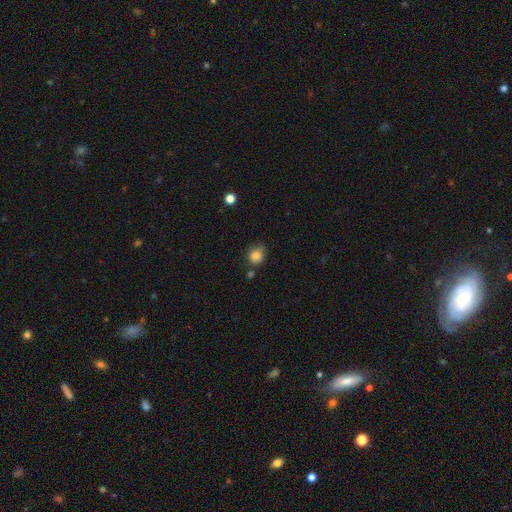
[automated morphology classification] A smooth galaxy with no disk features (83%) that is round (74%).

Vote fractions:
- Smooth or featured? smooth: 83% / star or artifact: 10% / featured or disk: 7%
- How rounded? round: 74% / in between: 25% / cigar-shaped: 1%
- Merging? none: 69% / minor disturbance: 20% / merger: 7% / major disturbance: 4%